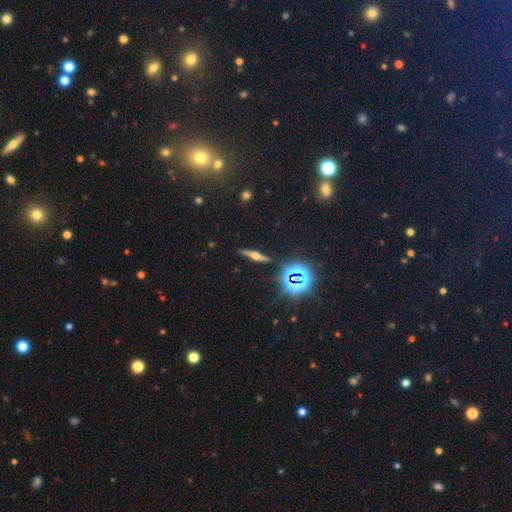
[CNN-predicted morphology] Overall: featured or disk (56%; smooth 24%). Edge-on disk: yes (94%). Edge-on bulge: rounded (89%). Merging: none (88%).